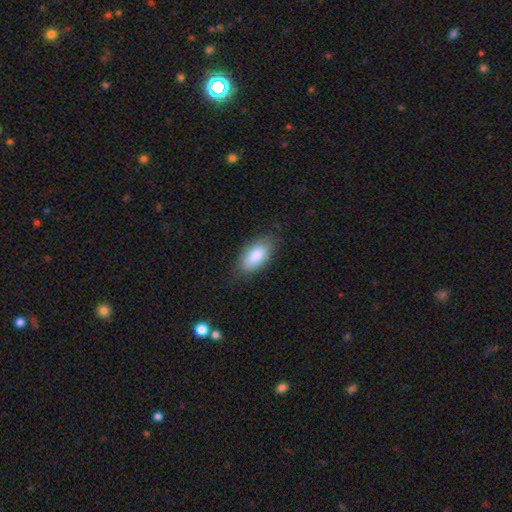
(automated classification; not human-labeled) Morphology: type=smooth (86%); roundness=in between (92%); merging=none (79%).